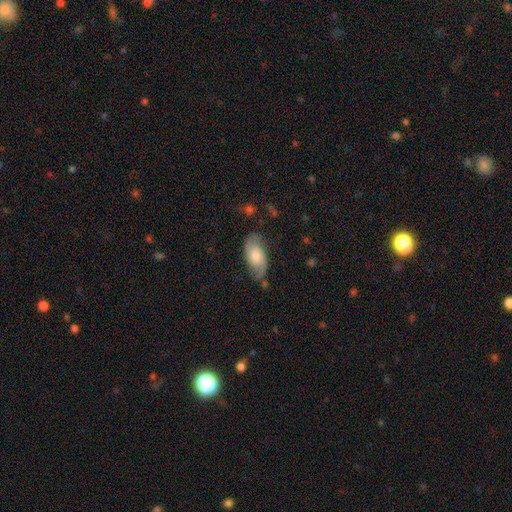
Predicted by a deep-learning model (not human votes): Smooth or featured? Predicted: smooth (p=0.49). Merging? Predicted: none (p=0.63).